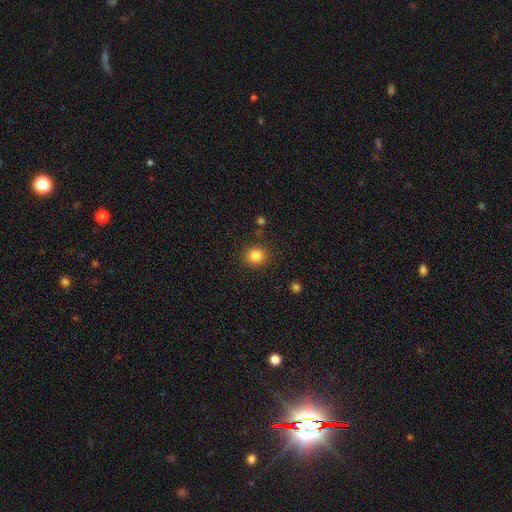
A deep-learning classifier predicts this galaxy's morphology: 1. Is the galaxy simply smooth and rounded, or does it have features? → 84% smooth, 11% star or artifact, 4% featured or disk.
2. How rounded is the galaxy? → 85% round, 14% in between, 1% cigar-shaped.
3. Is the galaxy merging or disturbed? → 87% none, 8% minor disturbance, 3% major disturbance, 2% merger.